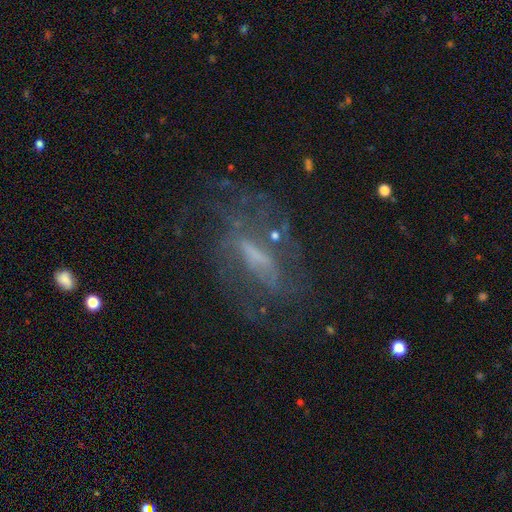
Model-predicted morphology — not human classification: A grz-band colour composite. It shows a featured or disk galaxy (71%) with a strong bar (39%), spiral arms (64%) and no central bulge (38%). Merging: none (53%).